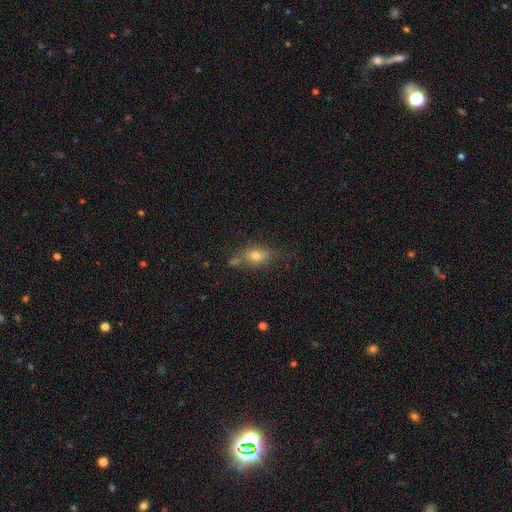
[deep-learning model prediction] This appears to be a smooth galaxy with no disk features (63%) that is in between round and cigar-shaped (69%). Merging: none (56%).